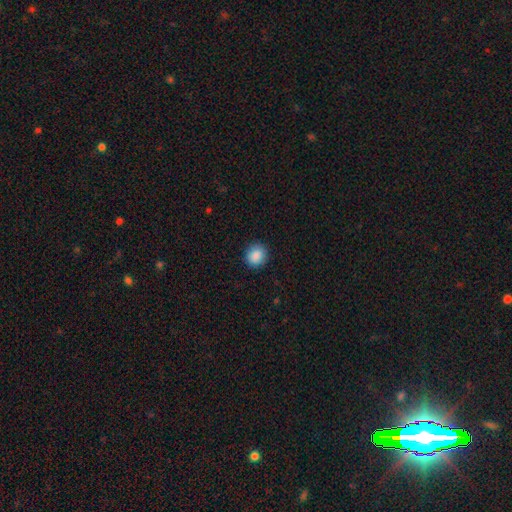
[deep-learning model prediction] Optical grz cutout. It shows a smooth galaxy with no disk features (88%) that is round (81%). Merging: none (89%).